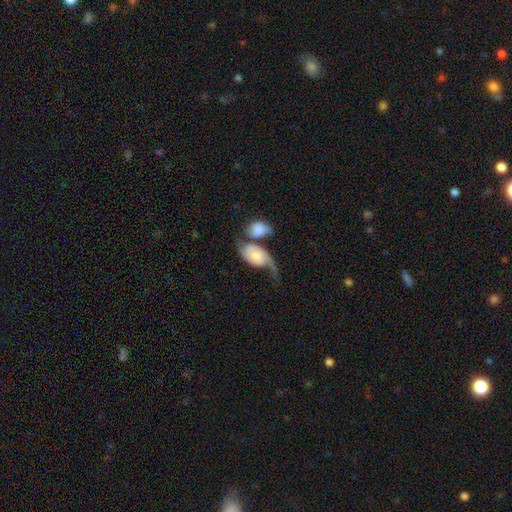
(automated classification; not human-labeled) Q: Smooth or featured?
A: featured or disk (55%); runner-up: smooth (39%)
Q: Edge-on disk?
A: no (95%); runner-up: yes (5%)
Q: Bar?
A: no (68%); runner-up: weak (26%)
Q: Spiral arms?
A: yes (85%); runner-up: no (15%)
Q: Bulge size?
A: moderate (39%); runner-up: small (36%)
Q: Merging?
A: merger (53%); runner-up: major disturbance (20%)